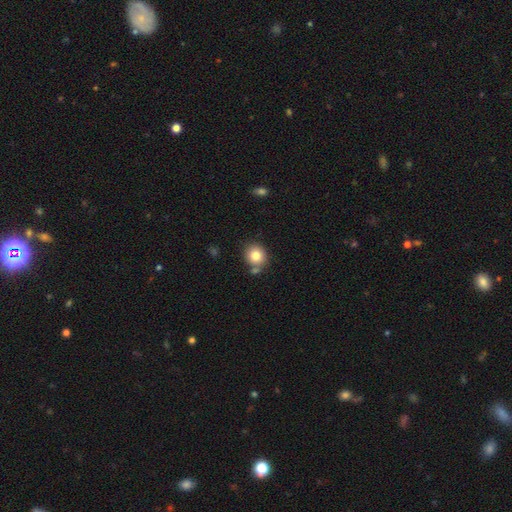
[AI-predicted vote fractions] Smooth or featured? smooth (80%)
How rounded? round (83%)
Merging? none (71%)